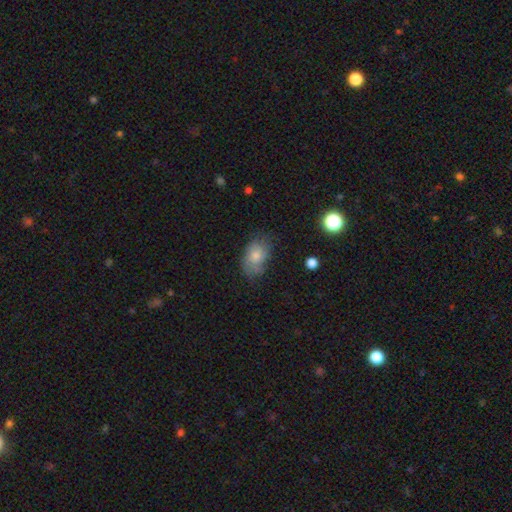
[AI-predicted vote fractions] smooth-or-featured: smooth: 64% | featured or disk: 25% | star or artifact: 11%
  how-rounded: in between: 83% | round: 16% | cigar-shaped: 2%
  merging: none: 63% | minor disturbance: 27% | major disturbance: 8% | merger: 2%